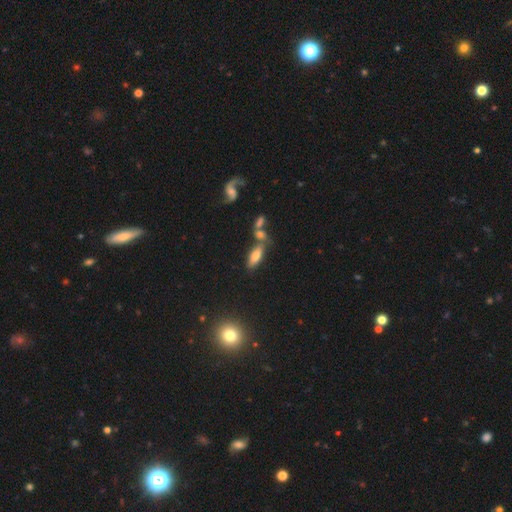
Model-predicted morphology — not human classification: Smooth or featured? Predicted: smooth (p=0.72). How rounded? Predicted: in between (p=0.73). Merging? Predicted: none (p=0.53).